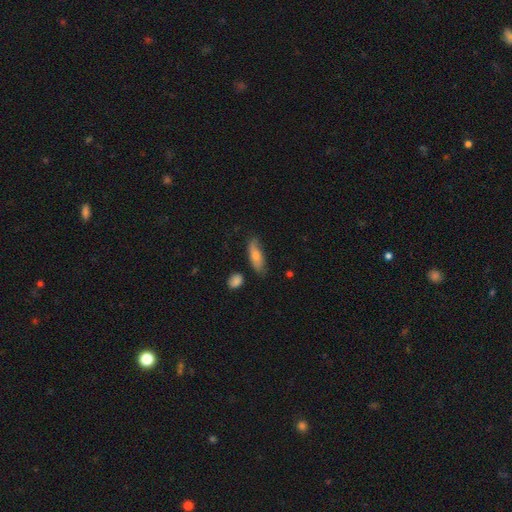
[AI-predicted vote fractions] A smooth galaxy with no disk features (71%) that is in between round and cigar-shaped (63%). Merging: none (68%).